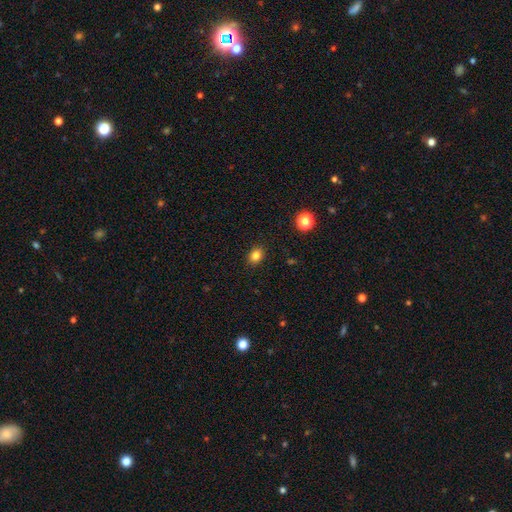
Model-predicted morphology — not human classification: smooth 82%, star or artifact 12%, featured or disk 5%. Down the decision tree: how rounded — round (50%); merging — none (88%).